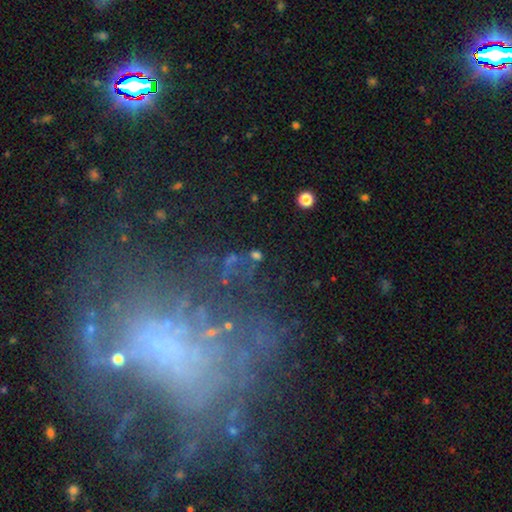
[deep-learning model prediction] This is marginally a star or artifact rather than a galaxy (40%).